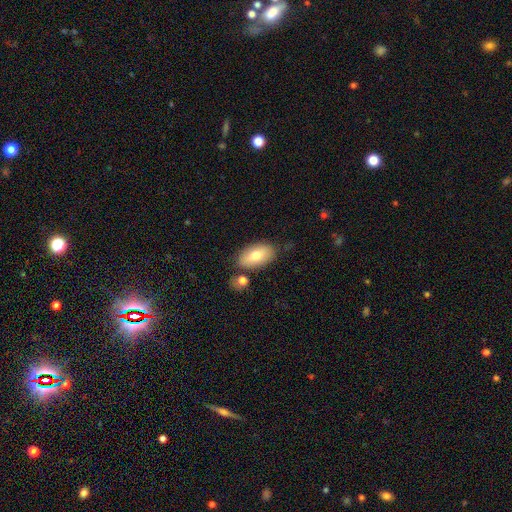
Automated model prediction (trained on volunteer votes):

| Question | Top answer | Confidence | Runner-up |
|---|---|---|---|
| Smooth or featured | smooth | 74% | featured or disk (20%) |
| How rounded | in between | 93% | round (4%) |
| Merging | none | 75% | minor disturbance (14%) |